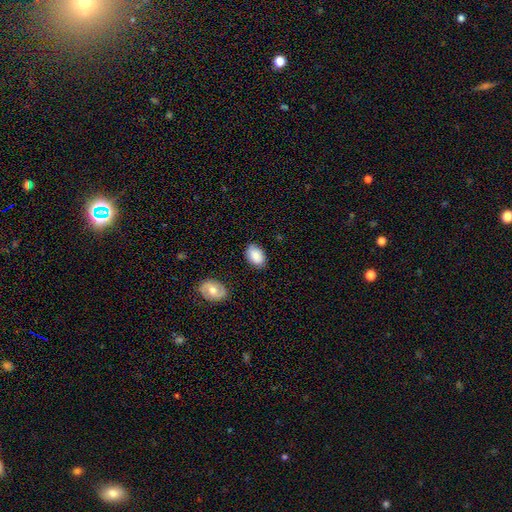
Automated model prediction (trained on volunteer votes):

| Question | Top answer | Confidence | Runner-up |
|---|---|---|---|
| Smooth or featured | smooth | 84% | featured or disk (9%) |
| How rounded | in between | 88% | round (11%) |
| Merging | none | 81% | minor disturbance (14%) |